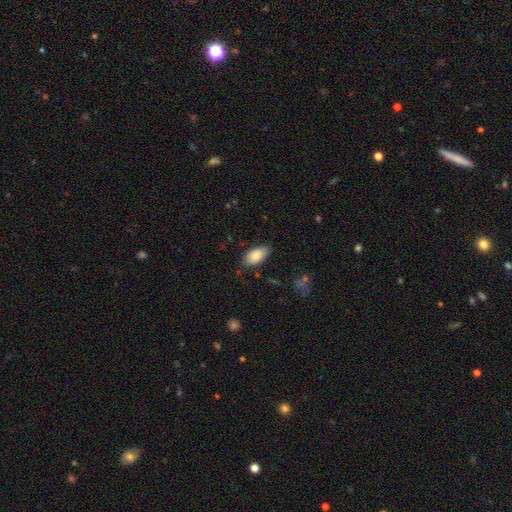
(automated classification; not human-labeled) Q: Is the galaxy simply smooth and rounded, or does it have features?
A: smooth — 85%.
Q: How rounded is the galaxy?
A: in between — 94%.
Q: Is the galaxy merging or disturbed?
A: none — 80%.